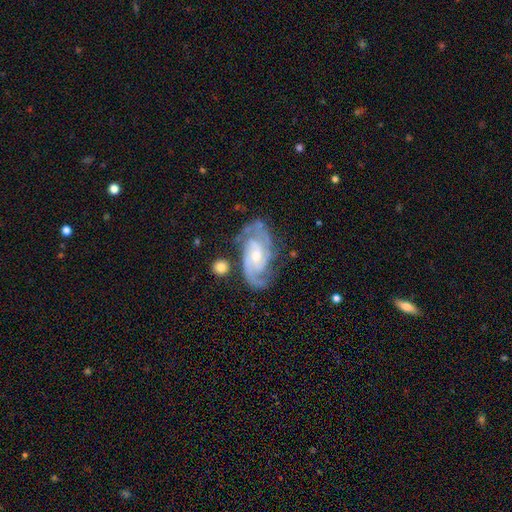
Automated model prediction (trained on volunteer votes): featured or disk 91%, smooth 4%, star or artifact 4%. Down the decision tree: edge-on disk — no (97%); bar — weak (44%); spiral arms — yes (98%); spiral arm count — 2 (65%); spiral winding — tight (48%); bulge size — moderate (48%); merging — none (71%).